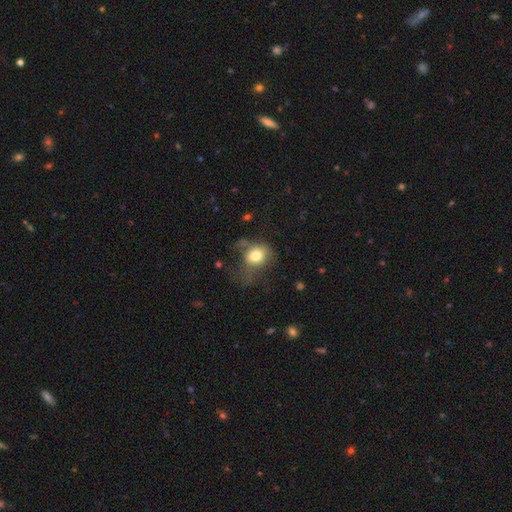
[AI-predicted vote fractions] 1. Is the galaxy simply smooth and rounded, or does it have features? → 74% smooth, 15% featured or disk, 10% star or artifact.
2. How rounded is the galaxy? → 56% round, 43% in between, 1% cigar-shaped.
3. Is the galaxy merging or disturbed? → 36% major disturbance, 33% none, 26% minor disturbance, 4% merger.